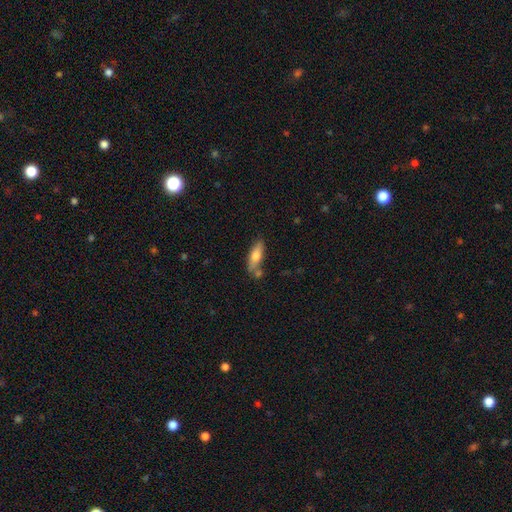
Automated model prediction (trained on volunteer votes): Smooth or featured?
  - smooth: 65% *
  - featured or disk: 29%
  - star or artifact: 6%
How rounded?
  - cigar-shaped: 49% * (tied)
  - in between: 49% * (tied)
  - round: 2%
Merging?
  - none: 64% *
  - minor disturbance: 16%
  - merger: 15%
  - major disturbance: 4%